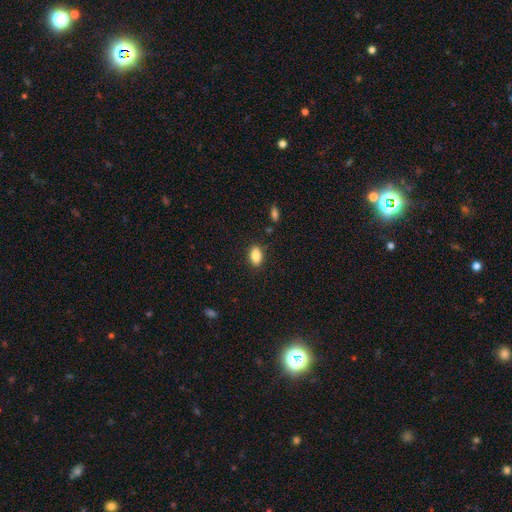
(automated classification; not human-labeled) Smooth or featured? Predicted: smooth (p=0.86). How rounded? Predicted: in between (p=0.89). Merging? Predicted: none (p=0.87).